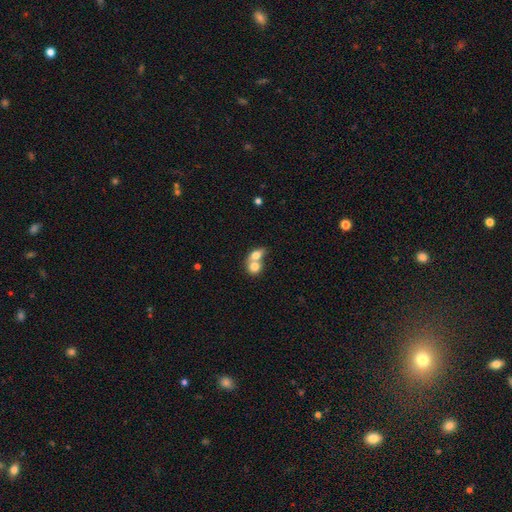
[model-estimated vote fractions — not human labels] Smooth or featured? smooth (67%)
How rounded? round (57%)
Merging? merger (64%)